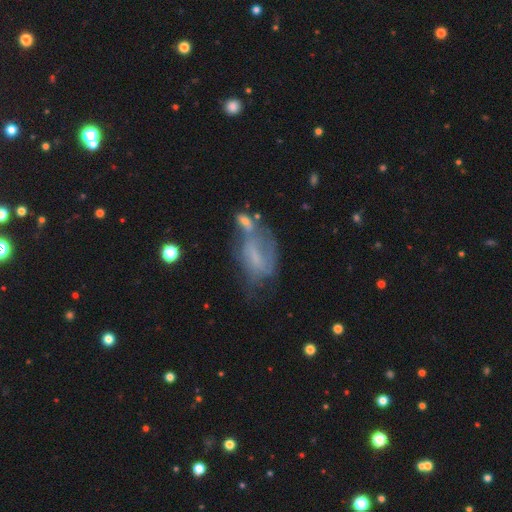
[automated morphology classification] Smooth or featured? featured or disk (50%)
Merging? merger (33%)